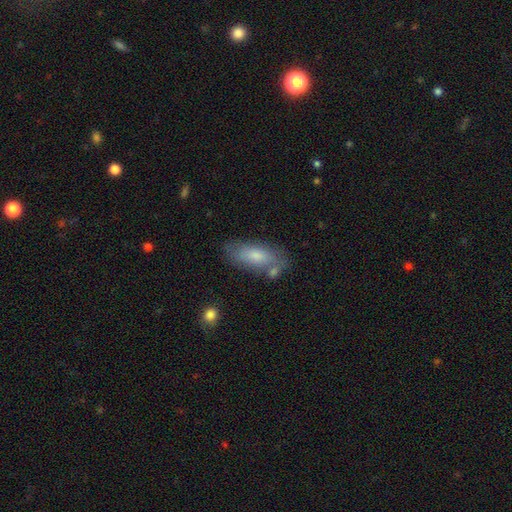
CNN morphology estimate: A smooth galaxy with no disk features (74%) that is in between round and cigar-shaped (76%).

Vote fractions:
- Smooth or featured? smooth: 74% / featured or disk: 19% / star or artifact: 6%
- How rounded? in between: 76% / cigar-shaped: 21% / round: 2%
- Merging? none: 65% / minor disturbance: 19% / merger: 10% / major disturbance: 5%